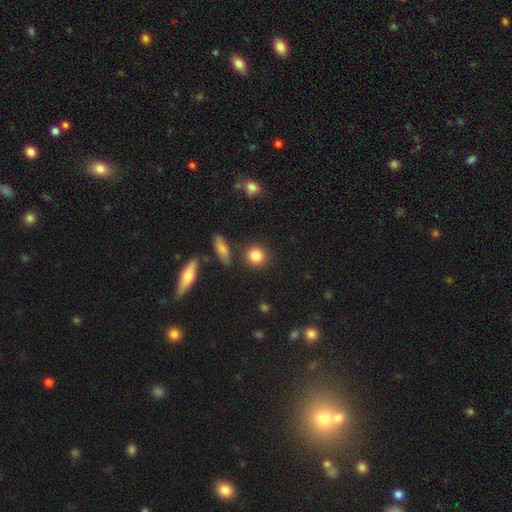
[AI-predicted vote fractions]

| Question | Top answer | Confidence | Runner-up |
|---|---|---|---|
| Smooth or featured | smooth | 85% | star or artifact (9%) |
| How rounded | round | 84% | in between (14%) |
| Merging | none | 83% | minor disturbance (8%) |